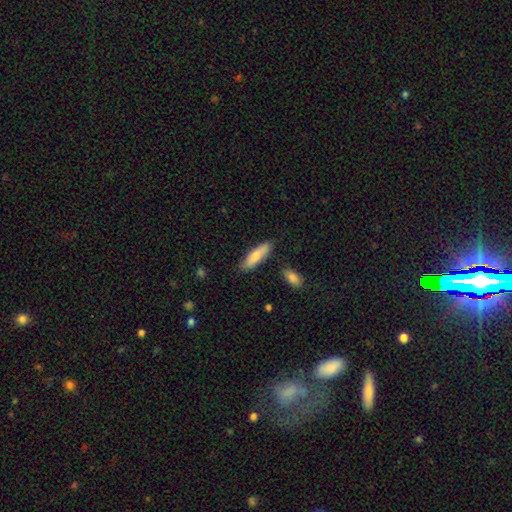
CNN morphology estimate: A smooth galaxy with no disk features (76%) that is cigar-shaped (58%).

Vote fractions:
- Smooth or featured? smooth: 76% / featured or disk: 19% / star or artifact: 6%
- How rounded? cigar-shaped: 58% / in between: 40% / round: 2%
- Merging? none: 80% / minor disturbance: 14% / merger: 4% / major disturbance: 3%